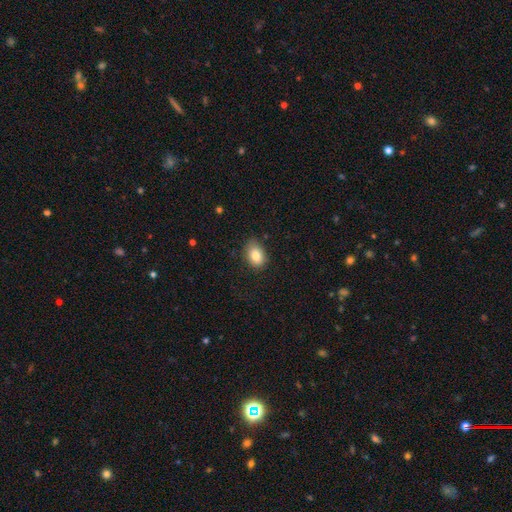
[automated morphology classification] A smooth galaxy with no disk features (84%) that is in between round and cigar-shaped (80%).

Vote fractions:
- Smooth or featured? smooth: 84% / star or artifact: 8% / featured or disk: 8%
- How rounded? in between: 80% / round: 19% / cigar-shaped: 1%
- Merging? none: 77% / minor disturbance: 19% / major disturbance: 4% / merger: 1%